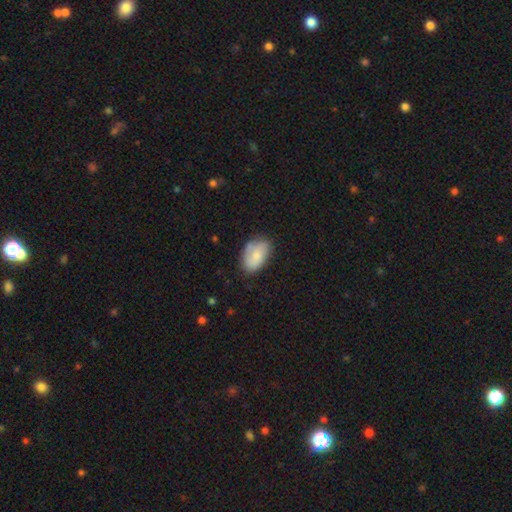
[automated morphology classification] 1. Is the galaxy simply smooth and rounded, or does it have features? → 72% smooth, 21% featured or disk, 7% star or artifact.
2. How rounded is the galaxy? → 91% in between, 8% round, 1% cigar-shaped.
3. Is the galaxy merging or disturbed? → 66% none, 25% minor disturbance, 6% major disturbance, 2% merger.